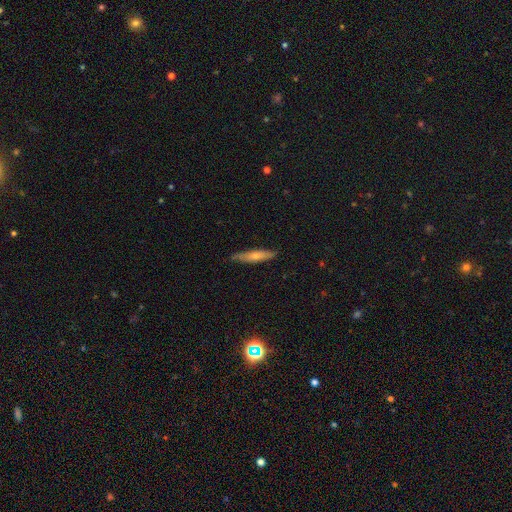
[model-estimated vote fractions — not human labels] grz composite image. It shows a smooth galaxy with no disk features (57%) that is cigar-shaped (79%). Merging: none (81%).